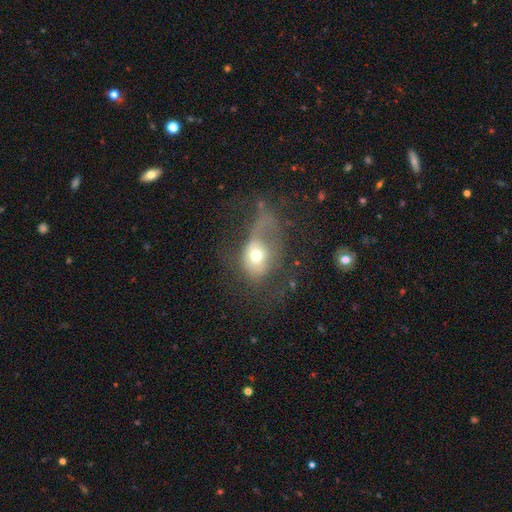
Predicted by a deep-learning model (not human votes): This is possibly a smooth galaxy (58%). How rounded: possibly in between (58%). Merging: likely major disturbance (60%).